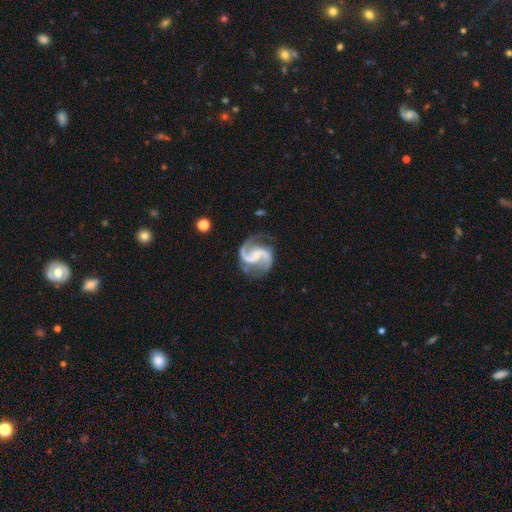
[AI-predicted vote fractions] featured or disk 93%, star or artifact 4%, smooth 3%. Down the decision tree: edge-on disk — no (98%); bar — weak (45%); spiral arms — yes (98%); spiral arm count — 2 (93%); spiral winding — medium (57%); bulge size — small (58%); merging — none (75%).